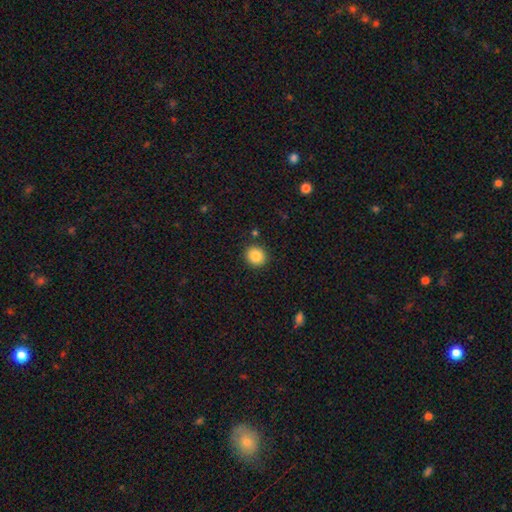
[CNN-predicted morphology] A smooth galaxy with no disk features (86%) that is round (87%).

Vote fractions:
- Smooth or featured? smooth: 86% / star or artifact: 9% / featured or disk: 5%
- How rounded? round: 87% / in between: 12% / cigar-shaped: 1%
- Merging? none: 89% / minor disturbance: 7% / major disturbance: 2% / merger: 2%